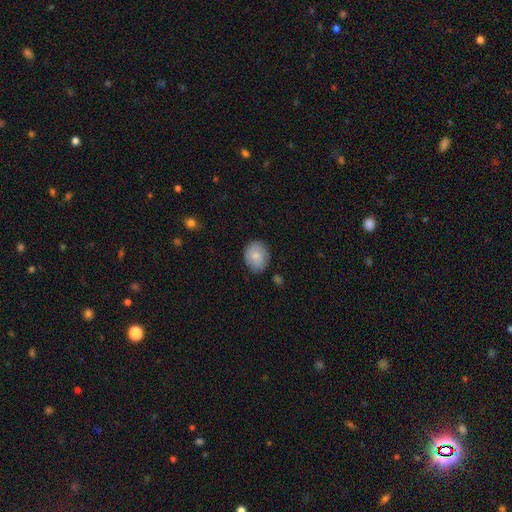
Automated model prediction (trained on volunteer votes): Smooth or featured? Predicted: smooth (p=0.78). How rounded? Predicted: round (p=0.56). Merging? Predicted: none (p=0.81).